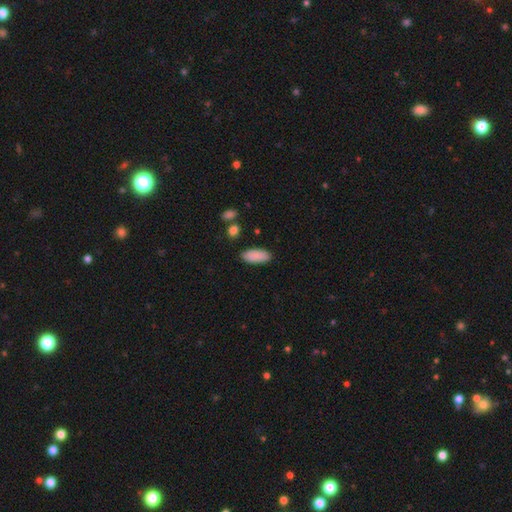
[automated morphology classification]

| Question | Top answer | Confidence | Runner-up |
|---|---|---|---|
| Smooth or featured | smooth | 89% | star or artifact (6%) |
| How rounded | in between | 84% | cigar-shaped (14%) |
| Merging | none | 86% | minor disturbance (10%) |